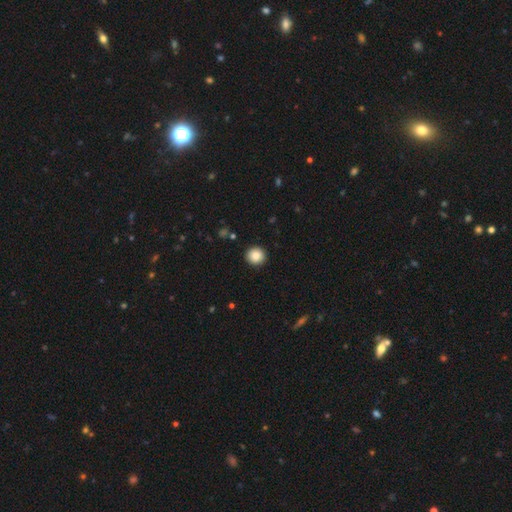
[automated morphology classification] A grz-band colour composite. It shows a smooth galaxy with no disk features (87%) that is round (93%). Merging: none (92%).